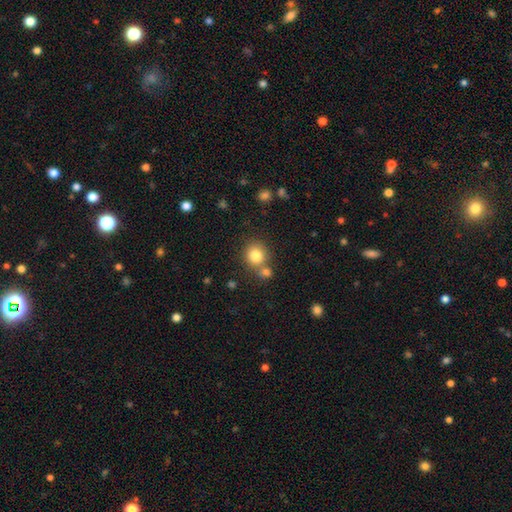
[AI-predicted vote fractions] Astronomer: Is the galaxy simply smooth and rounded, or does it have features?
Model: smooth — 82%.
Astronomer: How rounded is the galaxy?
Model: round — 85%.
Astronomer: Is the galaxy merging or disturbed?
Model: none — 64%.